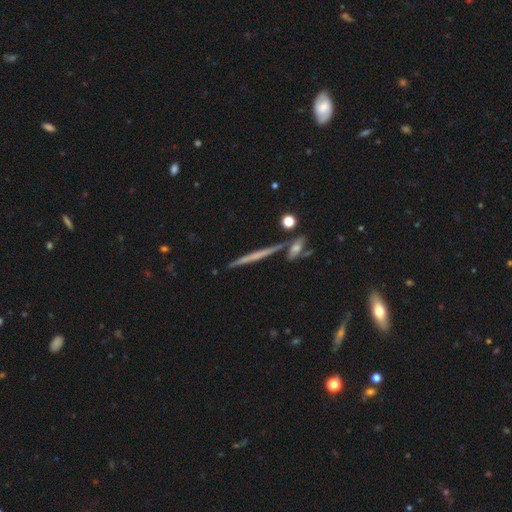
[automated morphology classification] Smooth or featured? Predicted: featured or disk (p=0.59). Edge-on disk? Predicted: yes (p=0.96). Edge-on bulge? Predicted: none (p=0.75). Merging? Predicted: none (p=0.81).